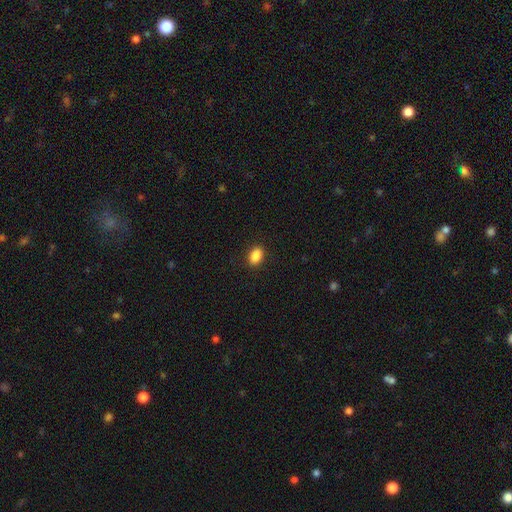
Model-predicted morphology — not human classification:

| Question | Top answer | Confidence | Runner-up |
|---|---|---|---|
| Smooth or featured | smooth | 89% | star or artifact (8%) |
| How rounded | in between | 85% | round (13%) |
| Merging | none | 90% | minor disturbance (7%) |